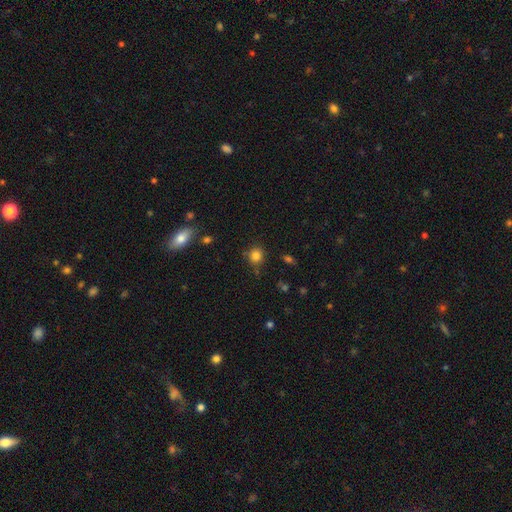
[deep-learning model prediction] Smooth or featured: smooth — 82% (star or artifact — 12%)
How rounded: round — 83% (in between — 15%)
Merging: none — 81% (minor disturbance — 11%)